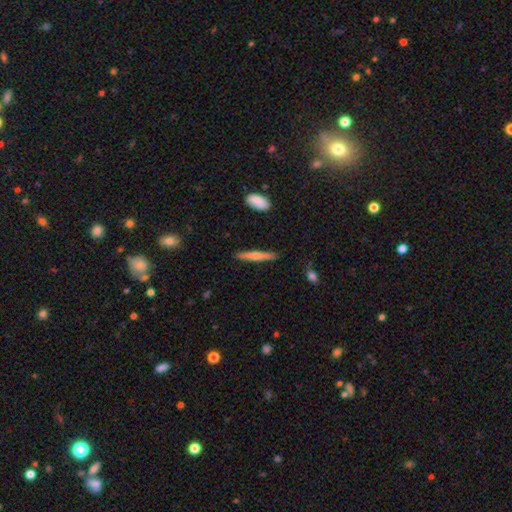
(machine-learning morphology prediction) smooth 59%, featured or disk 36%, star or artifact 5%. Down the decision tree: how rounded — cigar-shaped (93%); merging — none (89%).